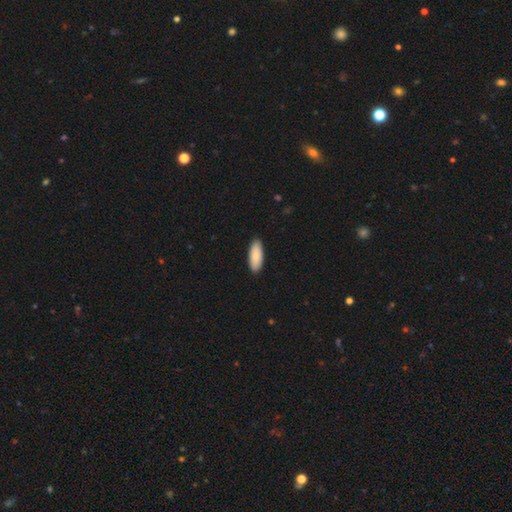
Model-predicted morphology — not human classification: A smooth galaxy with no disk features (88%) that is in between round and cigar-shaped (78%). Merging: none (90%).